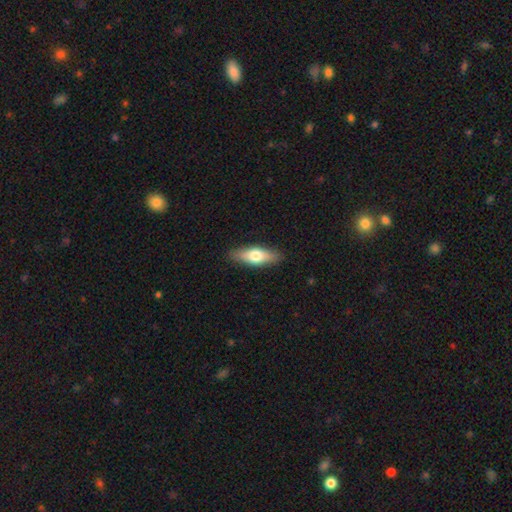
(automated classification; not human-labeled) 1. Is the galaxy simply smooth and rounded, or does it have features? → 65% smooth, 30% featured or disk, 6% star or artifact.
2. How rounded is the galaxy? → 62% in between, 35% cigar-shaped, 3% round.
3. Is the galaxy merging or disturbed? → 87% none, 10% minor disturbance, 2% major disturbance, 1% merger.